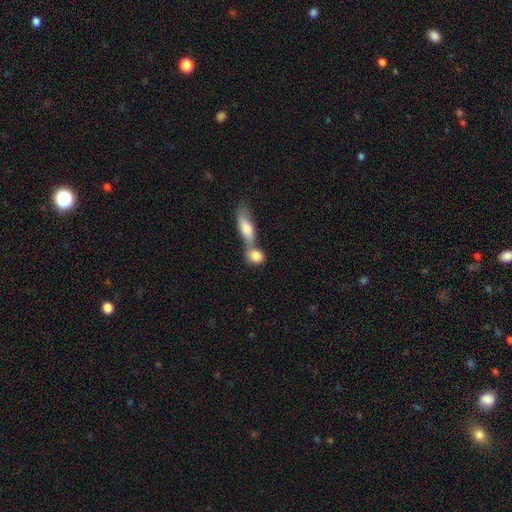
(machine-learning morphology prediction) smooth 81%, featured or disk 12%, star or artifact 6%. Down the decision tree: how rounded — round (50%); merging — merger (61%).